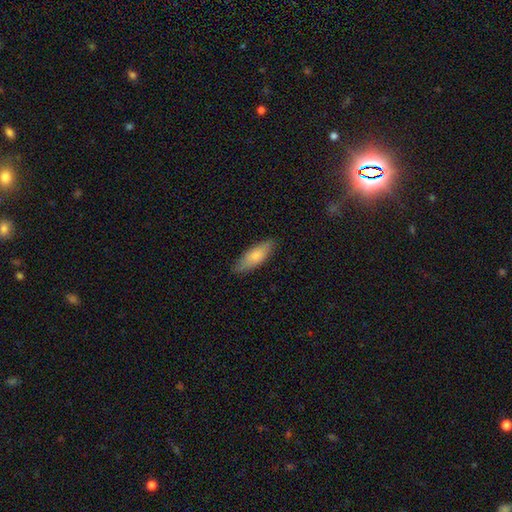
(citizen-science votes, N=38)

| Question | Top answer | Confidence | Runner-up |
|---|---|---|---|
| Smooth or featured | smooth | 79% | featured or disk (21%) |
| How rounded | in between | 87% | round (7%) |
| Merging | none | 76% | minor disturbance (16%) |